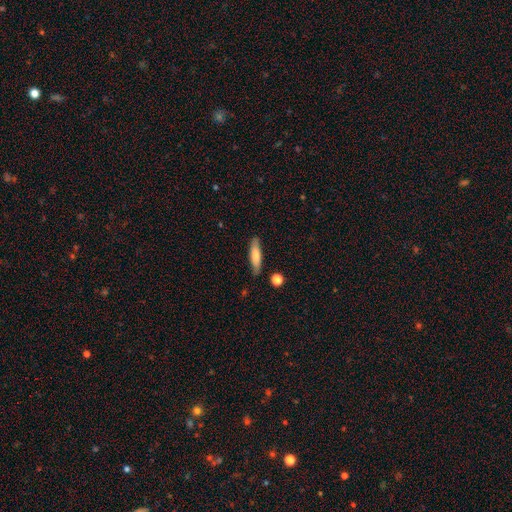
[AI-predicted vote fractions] Smooth or featured? Predicted: smooth (p=0.71). How rounded? Predicted: cigar-shaped (p=0.72). Merging? Predicted: none (p=0.82).